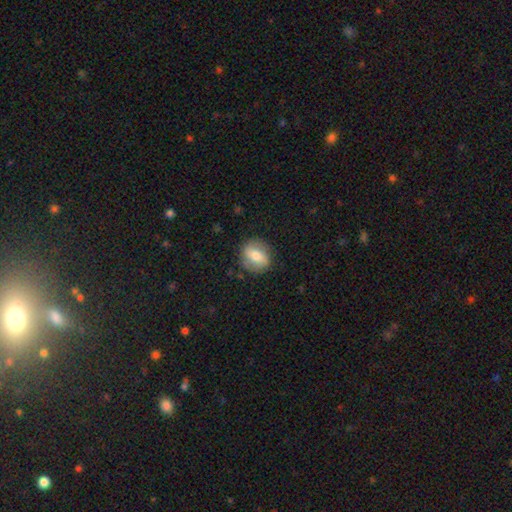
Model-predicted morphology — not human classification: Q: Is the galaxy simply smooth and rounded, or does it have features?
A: smooth — 63%.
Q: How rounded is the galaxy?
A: round — 62%.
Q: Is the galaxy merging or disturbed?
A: none — 82%.